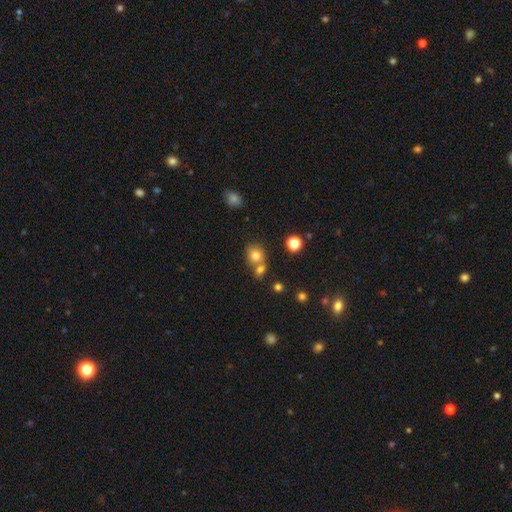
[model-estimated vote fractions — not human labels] Smooth or featured? smooth (77%)
How rounded? round (68%)
Merging? none (49%)